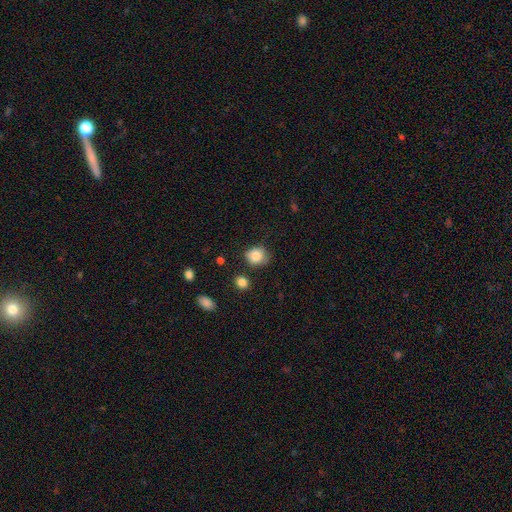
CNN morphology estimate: smooth 84%, star or artifact 9%, featured or disk 6%. Down the decision tree: how rounded — round (73%); merging — none (70%).